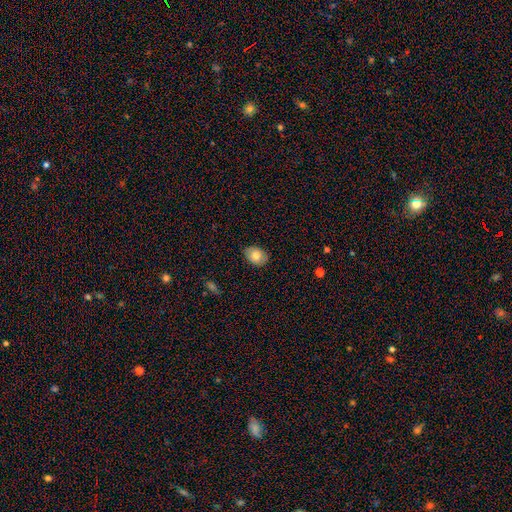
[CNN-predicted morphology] smooth-or-featured: smooth: 80% | featured or disk: 12% | star or artifact: 8%
  how-rounded: in between: 73% | round: 26% | cigar-shaped: 1%
  merging: none: 87% | minor disturbance: 10% | major disturbance: 2% | merger: 1%